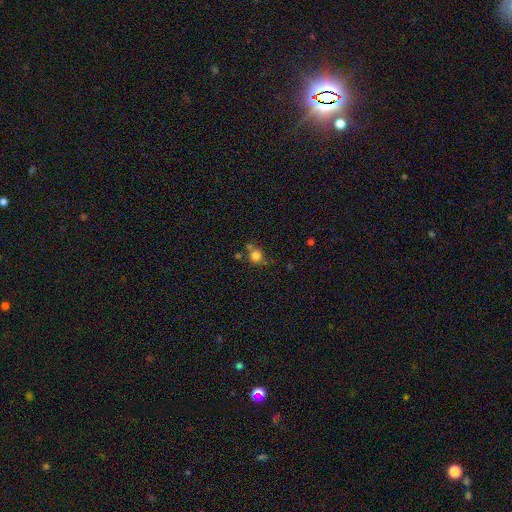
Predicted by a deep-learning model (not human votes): smooth 80%, star or artifact 13%, featured or disk 7%. Down the decision tree: how rounded — round (89%); merging — none (61%).